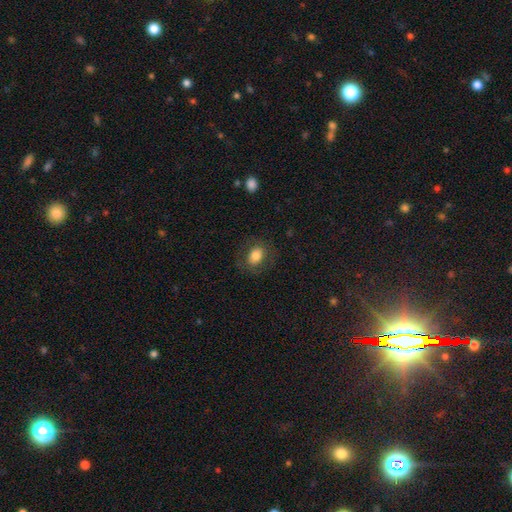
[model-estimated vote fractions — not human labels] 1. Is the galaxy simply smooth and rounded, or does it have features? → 76% smooth, 15% featured or disk, 8% star or artifact.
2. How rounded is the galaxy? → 58% in between, 40% round, 1% cigar-shaped.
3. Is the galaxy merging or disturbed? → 78% none, 13% minor disturbance, 8% major disturbance, 1% merger.